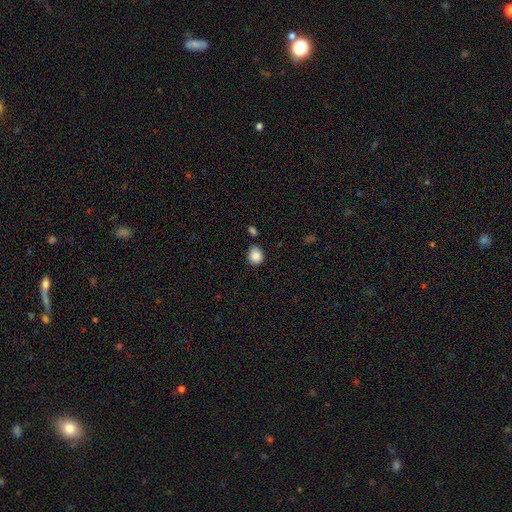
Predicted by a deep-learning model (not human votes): Q: Smooth or featured?
A: smooth (87%); runner-up: star or artifact (8%)
Q: How rounded?
A: round (71%); runner-up: in between (28%)
Q: Merging?
A: none (77%); runner-up: minor disturbance (13%)